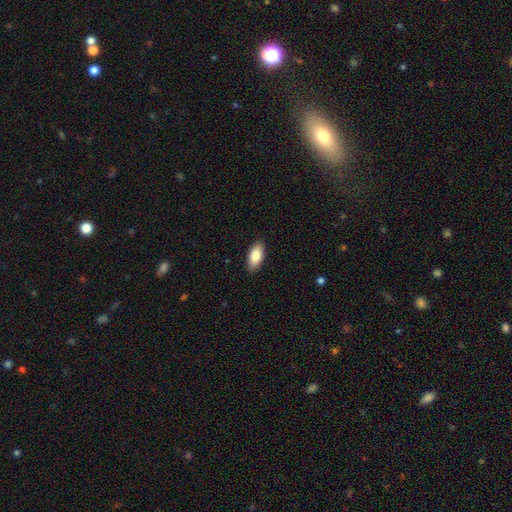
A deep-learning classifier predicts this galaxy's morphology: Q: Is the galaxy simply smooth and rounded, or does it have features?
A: smooth — 84%.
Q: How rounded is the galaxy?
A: in between — 89%.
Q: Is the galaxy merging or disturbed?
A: none — 89%.